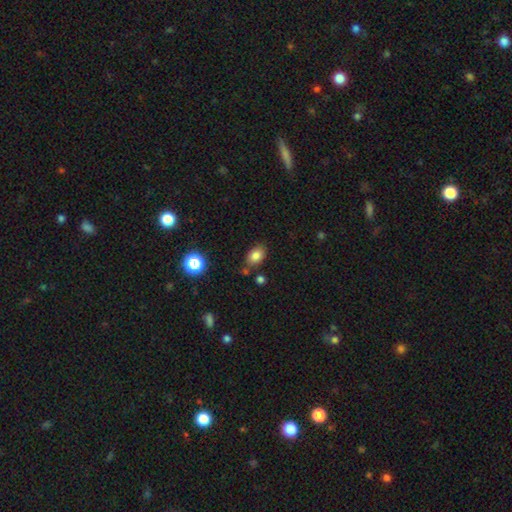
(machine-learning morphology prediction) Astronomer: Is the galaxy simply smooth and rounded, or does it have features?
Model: smooth — 82%.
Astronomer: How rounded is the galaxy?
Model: in between — 82%.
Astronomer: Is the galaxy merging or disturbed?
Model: none — 76%.